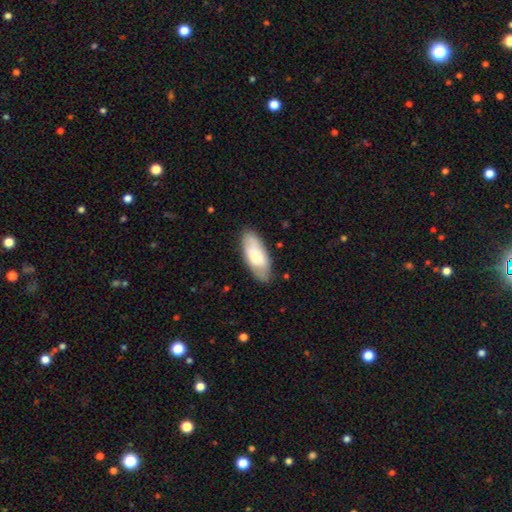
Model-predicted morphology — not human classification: A smooth galaxy with no disk features (74%) that is in between round and cigar-shaped (82%).

Vote fractions:
- Smooth or featured? smooth: 74% / featured or disk: 20% / star or artifact: 6%
- How rounded? in between: 82% / cigar-shaped: 16% / round: 2%
- Merging? none: 79% / minor disturbance: 16% / major disturbance: 3% / merger: 1%